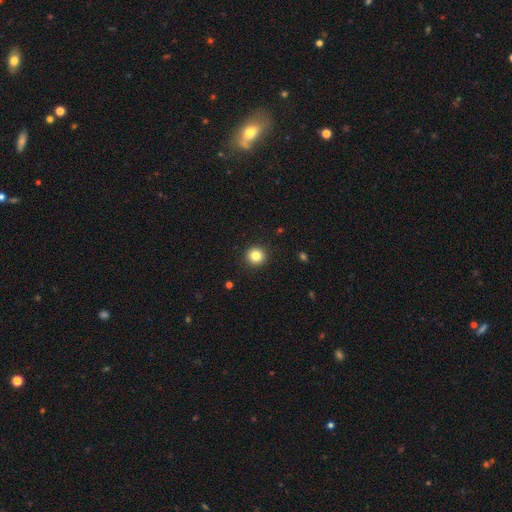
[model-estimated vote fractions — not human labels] Q: Smooth or featured?
A: smooth (84%); runner-up: star or artifact (11%)
Q: How rounded?
A: round (94%); runner-up: in between (5%)
Q: Merging?
A: none (93%); runner-up: minor disturbance (4%)